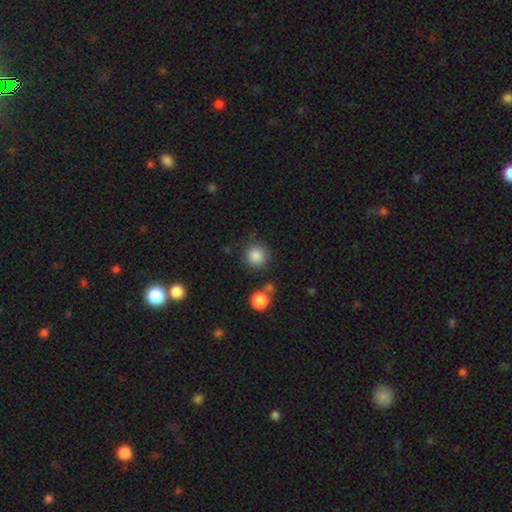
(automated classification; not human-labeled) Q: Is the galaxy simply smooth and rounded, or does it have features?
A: smooth — 86%.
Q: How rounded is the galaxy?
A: round — 94%.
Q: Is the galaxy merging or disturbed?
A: none — 82%.